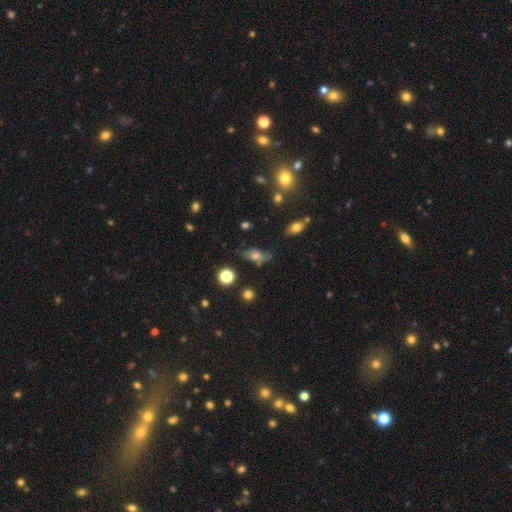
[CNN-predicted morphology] type=smooth (61%); roundness=in between (78%); merging=none (53%).